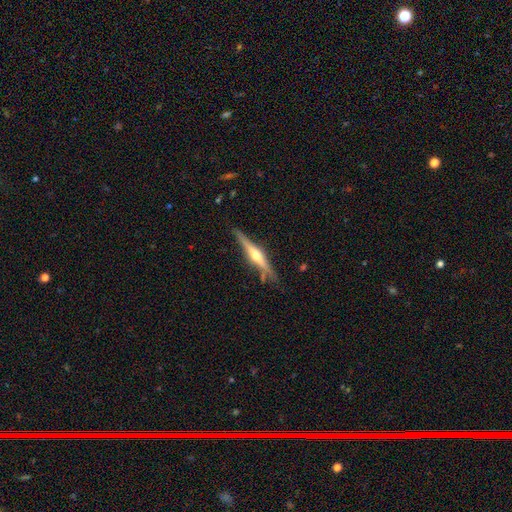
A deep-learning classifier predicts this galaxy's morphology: Smooth or featured? featured or disk (75%)
Edge-on disk? yes (97%)
Edge-on bulge? rounded (90%)
Merging? none (83%)